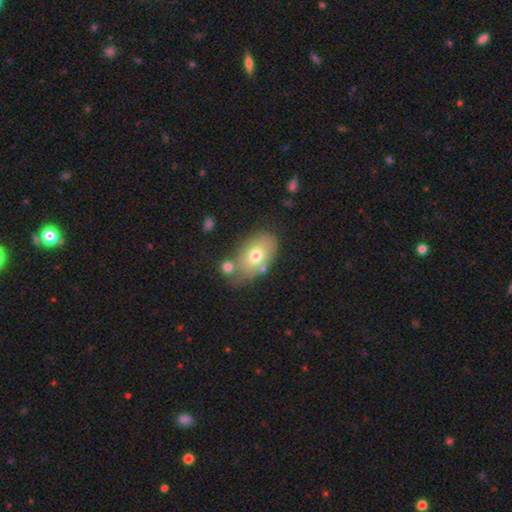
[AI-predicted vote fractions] Smooth or featured: smooth — 68% (featured or disk — 23%)
How rounded: in between — 87% (round — 11%)
Merging: none — 61% (minor disturbance — 17%)